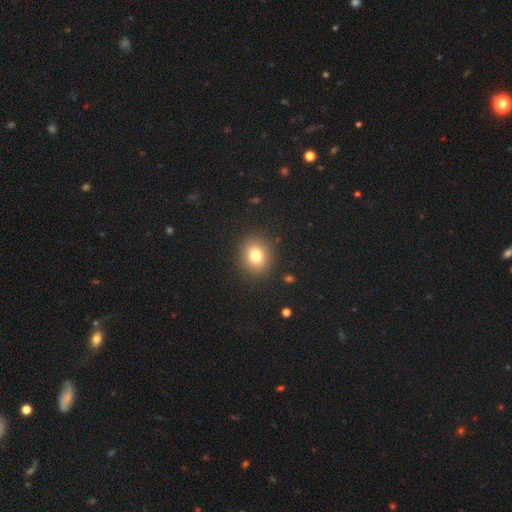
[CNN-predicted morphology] Smooth or featured? Predicted: smooth (p=0.78). How rounded? Predicted: round (p=0.74). Merging? Predicted: none (p=0.90).